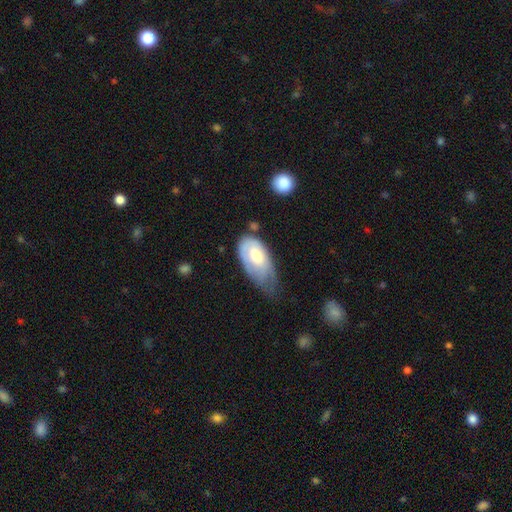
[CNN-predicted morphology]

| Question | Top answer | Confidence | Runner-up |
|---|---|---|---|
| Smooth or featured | smooth | 57% | featured or disk (37%) |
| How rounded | in between | 93% | cigar-shaped (4%) |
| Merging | minor disturbance | 43% | major disturbance (30%) |